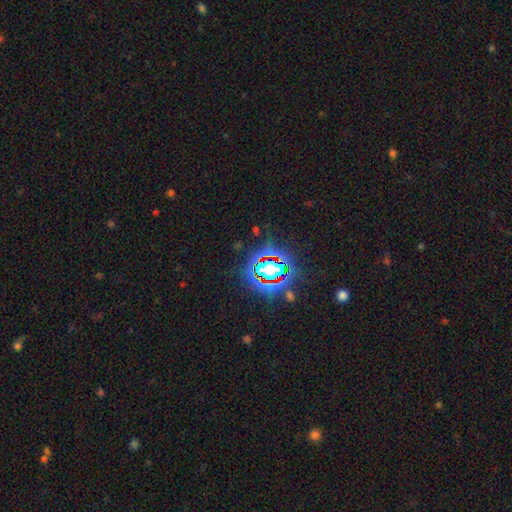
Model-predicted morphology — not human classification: smooth-or-featured: star or artifact: 80% | smooth: 12% | featured or disk: 8%